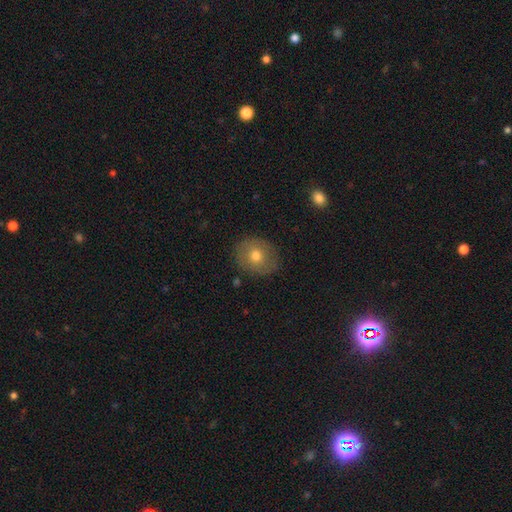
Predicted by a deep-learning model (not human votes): smooth_or_featured: smooth (p=0.65) [alt: featured or disk p=0.25]
how_rounded: round (p=0.73) [alt: in between p=0.26]
merging: none (p=0.85) [alt: minor disturbance p=0.11]